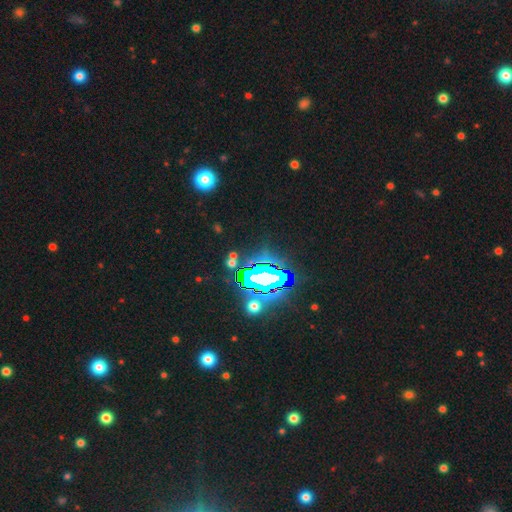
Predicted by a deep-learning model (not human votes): Smooth or featured?
  - star or artifact: 80% *
  - smooth: 11%
  - featured or disk: 8%